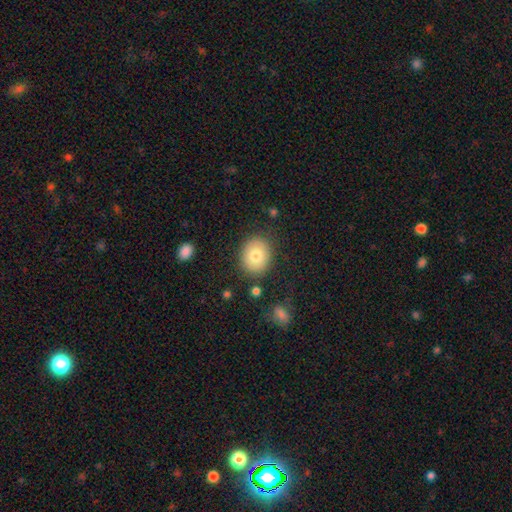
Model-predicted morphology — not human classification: Smooth or featured? Predicted: smooth (p=0.78). How rounded? Predicted: round (p=0.57). Merging? Predicted: none (p=0.85).